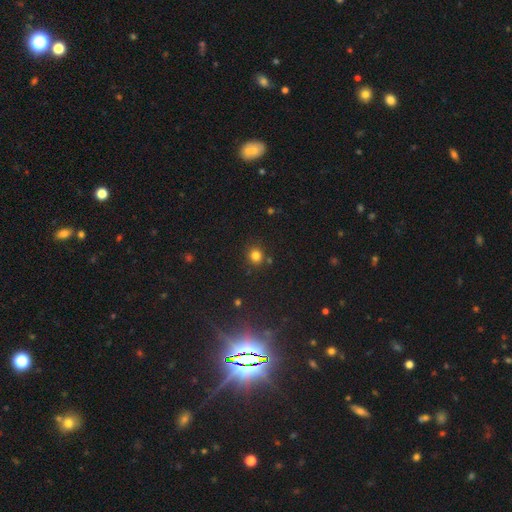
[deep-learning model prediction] The model was most divided on "smooth or featured": smooth: 80%, star or artifact: 15%, featured or disk: 5%. More confident: how rounded — round (88%); merging — none (83%).